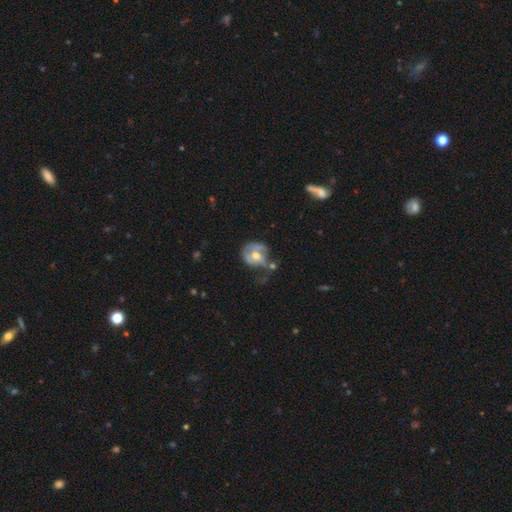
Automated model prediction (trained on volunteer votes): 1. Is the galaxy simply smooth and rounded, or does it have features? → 56% featured or disk, 37% smooth, 7% star or artifact.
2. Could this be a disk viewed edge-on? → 97% no, 3% yes.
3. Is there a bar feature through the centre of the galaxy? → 63% no, 27% weak, 9% strong.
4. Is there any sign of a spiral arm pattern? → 53% yes, 47% no.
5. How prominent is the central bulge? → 70% moderate, 20% small, 6% large, 2% none, 1% dominant.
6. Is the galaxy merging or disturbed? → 31% major disturbance, 30% none, 25% minor disturbance, 14% merger.